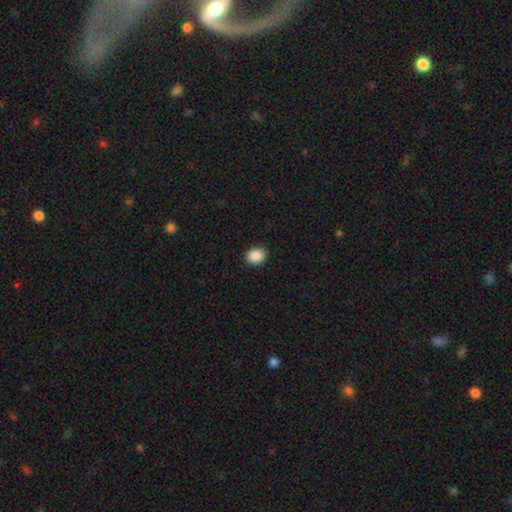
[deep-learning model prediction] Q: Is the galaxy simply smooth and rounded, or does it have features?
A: smooth — 89%.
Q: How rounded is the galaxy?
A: round — 50%.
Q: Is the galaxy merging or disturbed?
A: none — 91%.